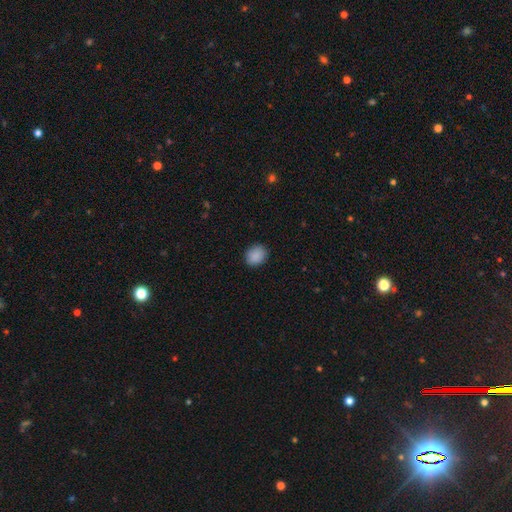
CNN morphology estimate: This is clearly a smooth galaxy (89%). How rounded: likely round (62%). Merging: clearly none (88%).